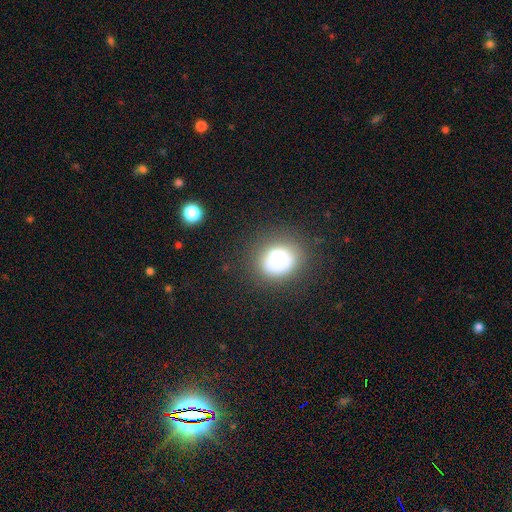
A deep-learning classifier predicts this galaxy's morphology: The model was most divided on "smooth or featured": smooth: 63%, star or artifact: 30%, featured or disk: 7%. More confident: merging — none (90%); how rounded — round (75%).